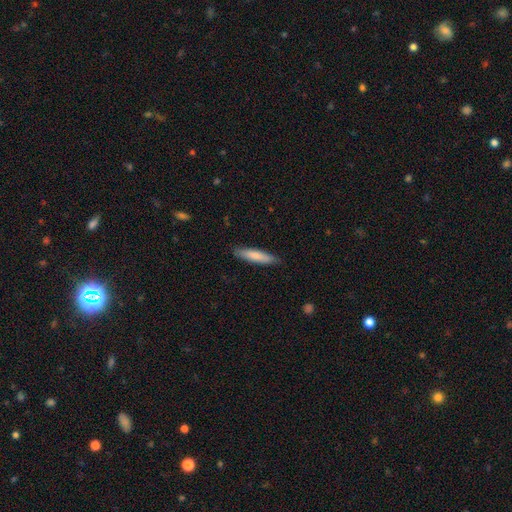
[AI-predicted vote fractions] Morphology: type=smooth (80%); roundness=cigar-shaped (82%); merging=none (86%).